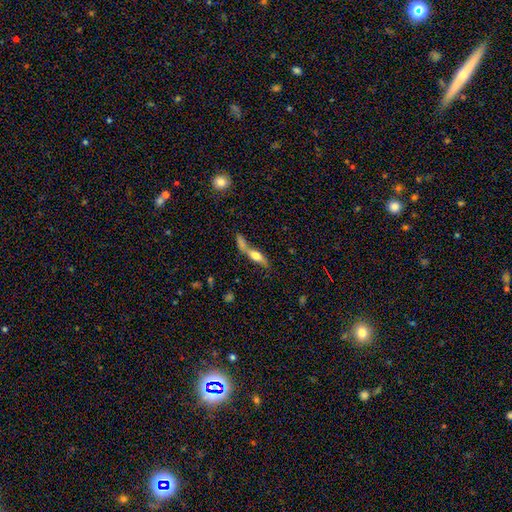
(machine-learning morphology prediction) This appears to be a smooth galaxy with no disk features (50%) that is cigar-shaped (54%). Merging: merger (43%).